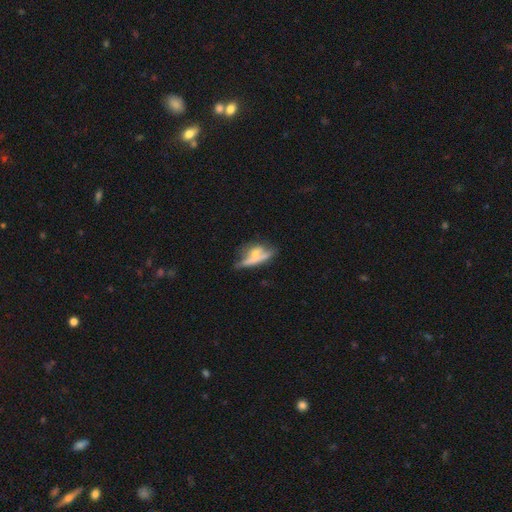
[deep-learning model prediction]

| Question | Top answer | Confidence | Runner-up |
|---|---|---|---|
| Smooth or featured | smooth | 47% | featured or disk (44%) |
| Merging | none | 37% | merger (27%) |